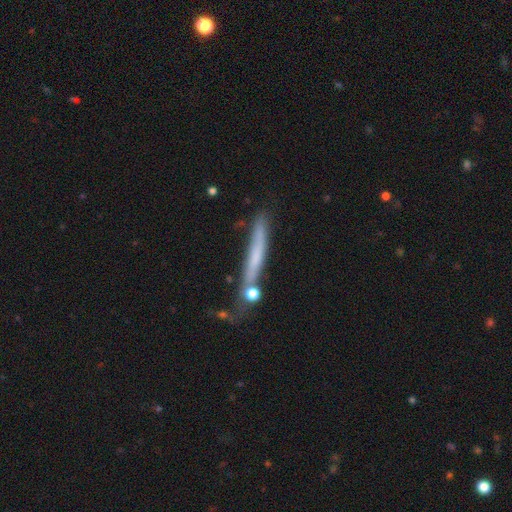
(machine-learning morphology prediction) Smooth or featured?
  - smooth: 50% *
  - featured or disk: 42%
  - star or artifact: 9%
Merging?
  - none: 60% *
  - minor disturbance: 20%
  - merger: 12%
  - major disturbance: 8%